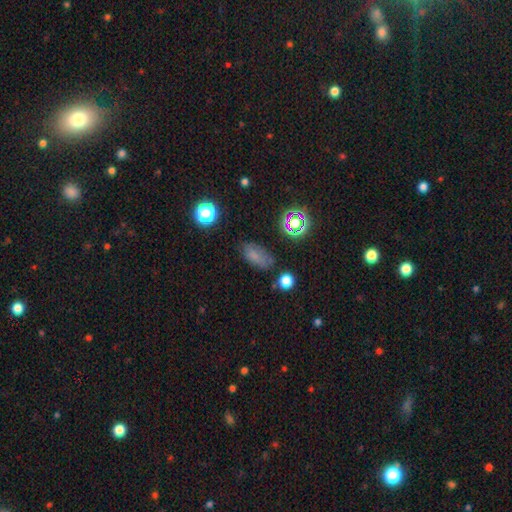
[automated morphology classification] Smooth or featured? Predicted: smooth (p=0.69). How rounded? Predicted: in between (p=0.85). Merging? Predicted: none (p=0.70).